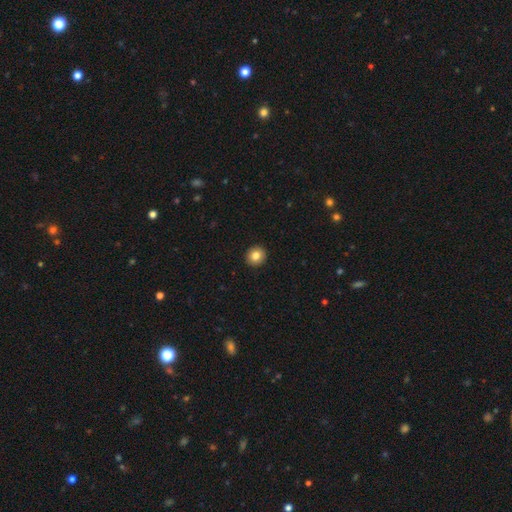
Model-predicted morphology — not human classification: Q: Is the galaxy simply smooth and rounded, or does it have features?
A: smooth — 83%.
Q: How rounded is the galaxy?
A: round — 92%.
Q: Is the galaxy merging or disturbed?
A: none — 93%.